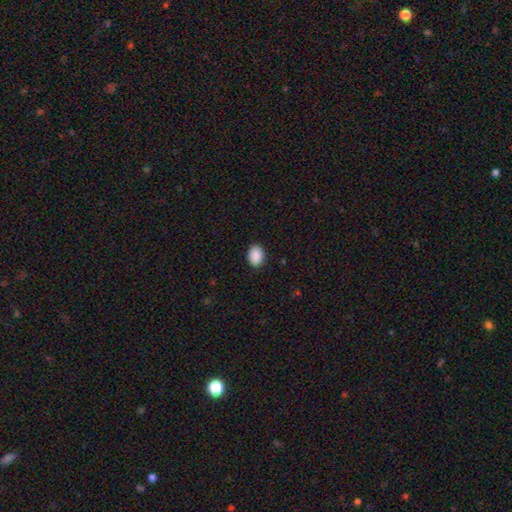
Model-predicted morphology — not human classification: The model was most divided on "how rounded": in between: 76%, round: 23%, cigar-shaped: 1%. More confident: smooth or featured — smooth (90%); merging — none (89%).